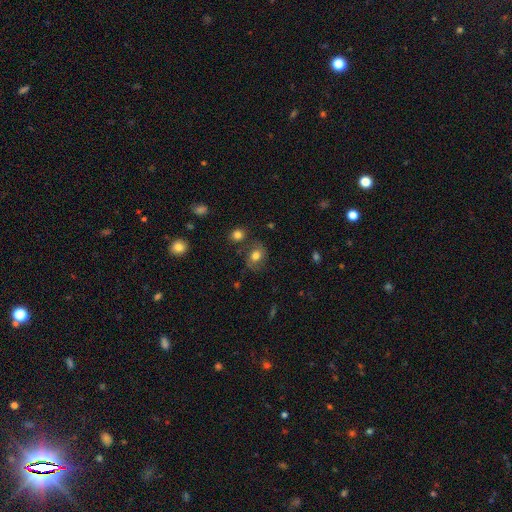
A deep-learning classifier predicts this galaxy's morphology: type=smooth (64%); roundness=in between (51%); merging=none (69%).